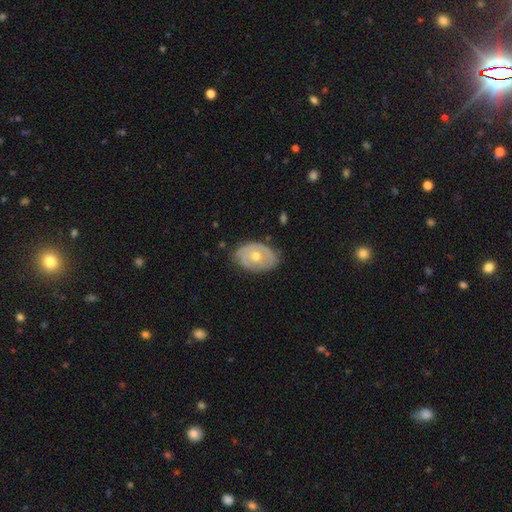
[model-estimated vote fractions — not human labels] smooth_or_featured: featured or disk (p=0.61) [alt: smooth p=0.33]
disk_edge_on: no (p=0.93) [alt: yes p=0.07]
bar: no (p=0.86) [alt: weak p=0.11]
has_spiral_arms: no (p=0.57) [alt: yes p=0.43]
bulge_size: moderate (p=0.69) [alt: small p=0.27]
merging: none (p=0.73) [alt: minor disturbance p=0.21]